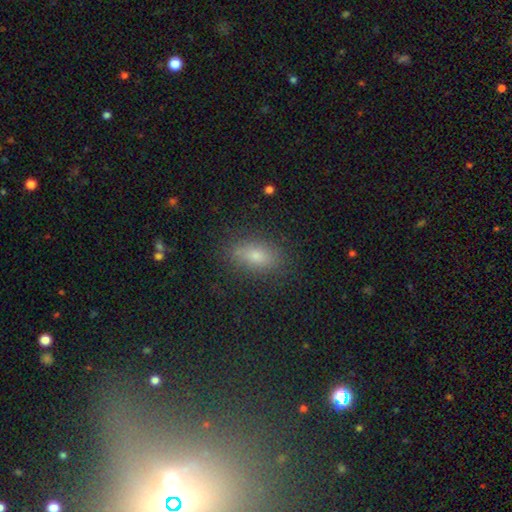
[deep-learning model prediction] A smooth galaxy with no disk features (73%) that is in between round and cigar-shaped (83%). Merging: none (82%).